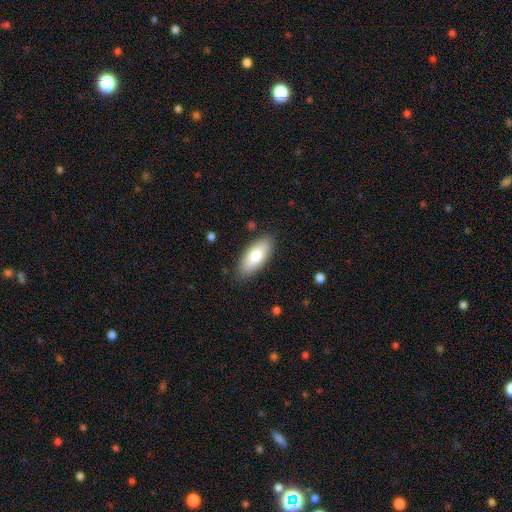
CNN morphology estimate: This is likely a smooth galaxy (77%). How rounded: clearly in between (84%). Merging: clearly none (85%).